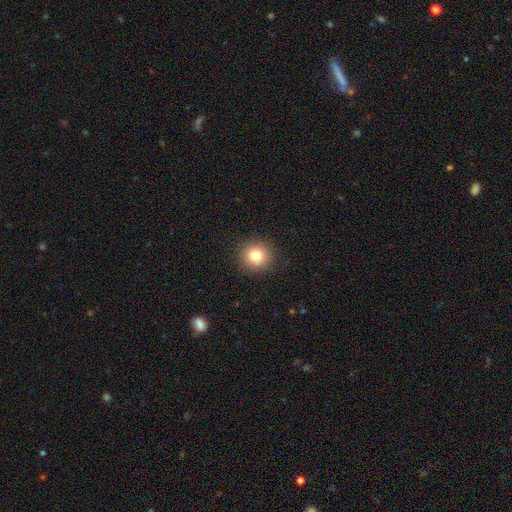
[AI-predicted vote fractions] This is likely a smooth galaxy (79%). How rounded: clearly round (92%). Merging: clearly none (90%).